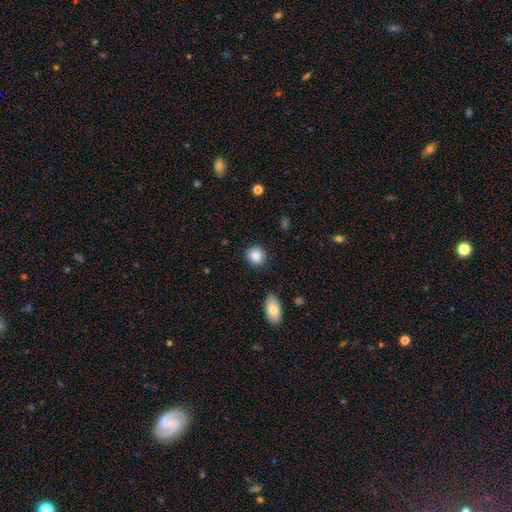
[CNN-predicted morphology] smooth-or-featured: smooth: 86% | star or artifact: 8% | featured or disk: 6%
  how-rounded: round: 83% | in between: 16% | cigar-shaped: 1%
  merging: none: 86% | minor disturbance: 9% | major disturbance: 3% | merger: 2%